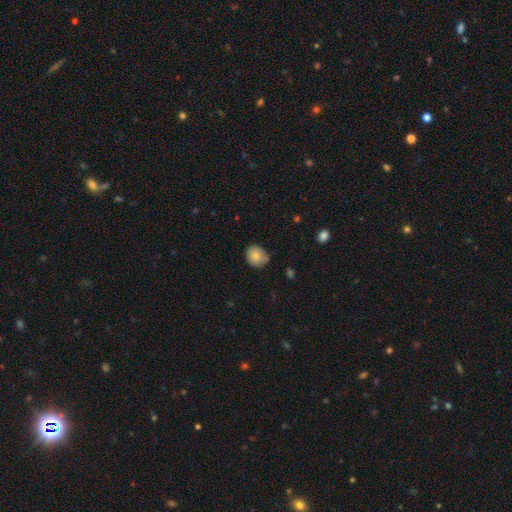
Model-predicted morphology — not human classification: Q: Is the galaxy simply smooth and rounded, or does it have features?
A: smooth — 82%.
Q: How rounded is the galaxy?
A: round — 74%.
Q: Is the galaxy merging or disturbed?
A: none — 67%.